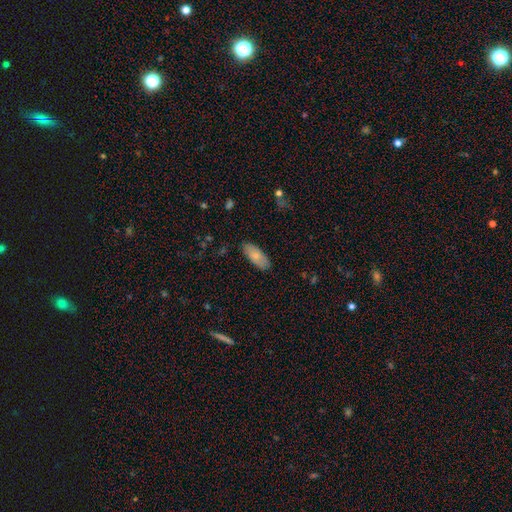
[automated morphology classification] Smooth or featured? Predicted: smooth (p=0.77). How rounded? Predicted: in between (p=0.85). Merging? Predicted: none (p=0.86).